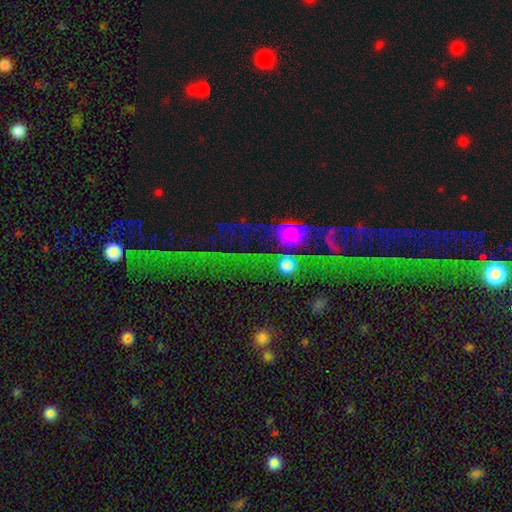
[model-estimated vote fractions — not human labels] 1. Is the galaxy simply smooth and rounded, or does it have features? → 79% star or artifact, 11% featured or disk, 10% smooth.